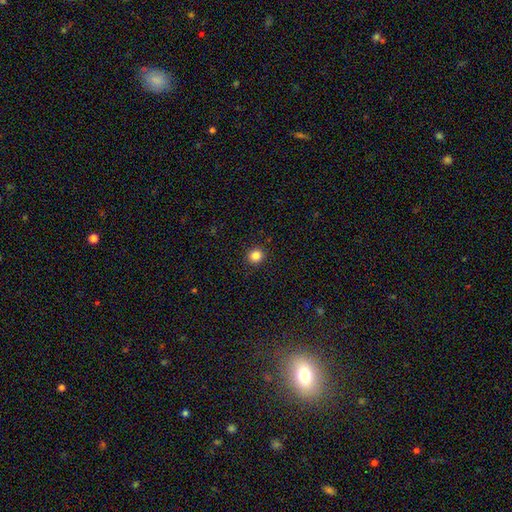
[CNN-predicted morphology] A smooth galaxy with no disk features (85%) that is round (89%).

Vote fractions:
- Smooth or featured? smooth: 85% / star or artifact: 12% / featured or disk: 4%
- How rounded? round: 89% / in between: 10% / cigar-shaped: 1%
- Merging? none: 92% / minor disturbance: 5% / major disturbance: 2% / merger: 1%